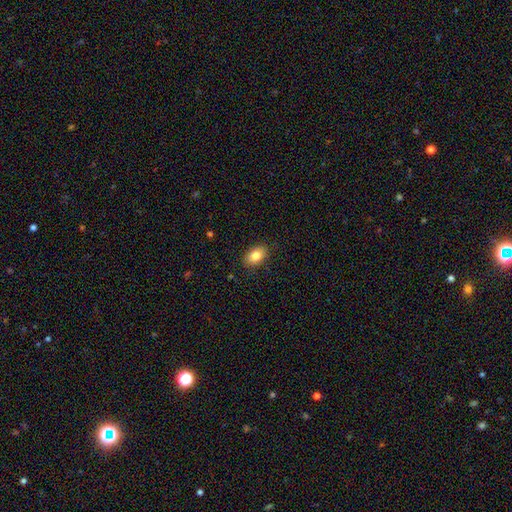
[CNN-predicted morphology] The model was most divided on "smooth or featured": smooth: 83%, featured or disk: 9%, star or artifact: 8%. More confident: how rounded — in between (89%); merging — none (88%).